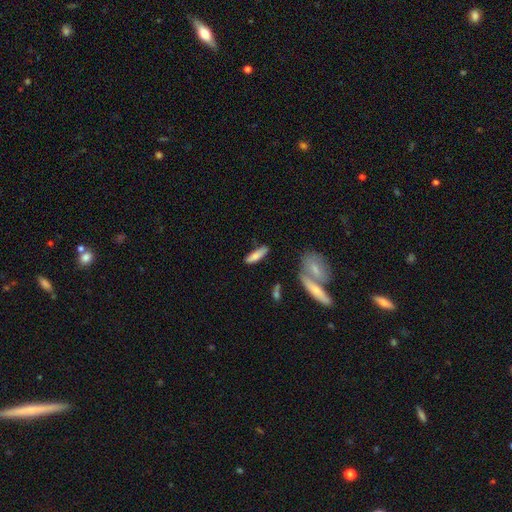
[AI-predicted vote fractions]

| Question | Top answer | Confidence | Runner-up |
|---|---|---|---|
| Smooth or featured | smooth | 77% | featured or disk (17%) |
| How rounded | cigar-shaped | 61% | in between (37%) |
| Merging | none | 76% | minor disturbance (14%) |